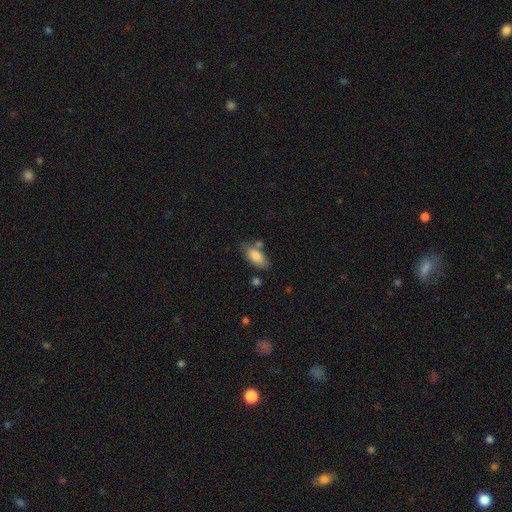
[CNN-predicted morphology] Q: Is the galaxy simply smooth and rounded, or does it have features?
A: smooth — 84%.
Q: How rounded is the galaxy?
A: in between — 87%.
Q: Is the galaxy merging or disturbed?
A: none — 62%.